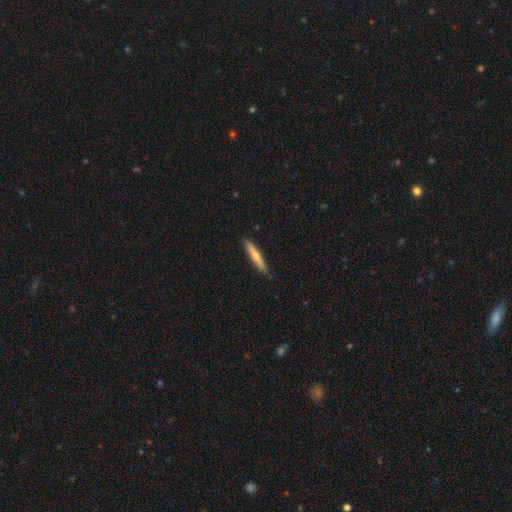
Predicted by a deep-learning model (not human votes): A smooth galaxy with no disk features (63%) that is cigar-shaped (92%). Merging: none (87%).